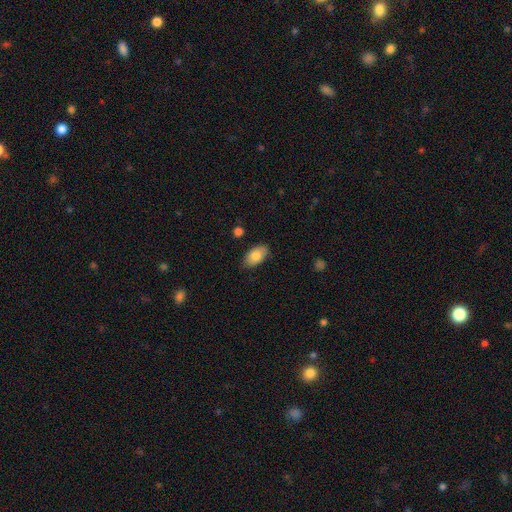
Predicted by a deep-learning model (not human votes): A smooth galaxy with no disk features (84%) that is in between round and cigar-shaped (94%). Merging: none (82%).